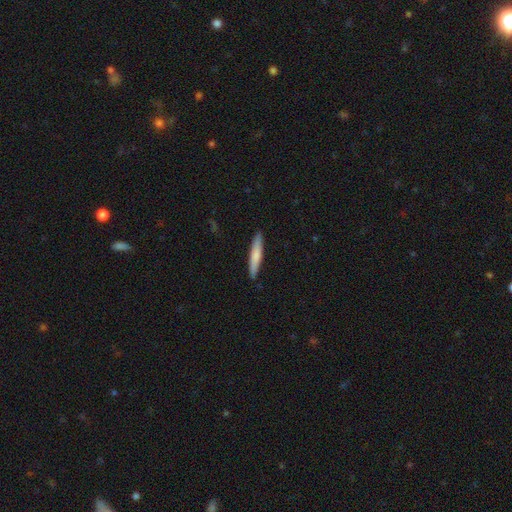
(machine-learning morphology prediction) smooth-or-featured: smooth: 71% | featured or disk: 24% | star or artifact: 5%
  how-rounded: cigar-shaped: 93% | in between: 6% | round: 1%
  merging: none: 90% | minor disturbance: 7% | major disturbance: 1% | merger: 1%